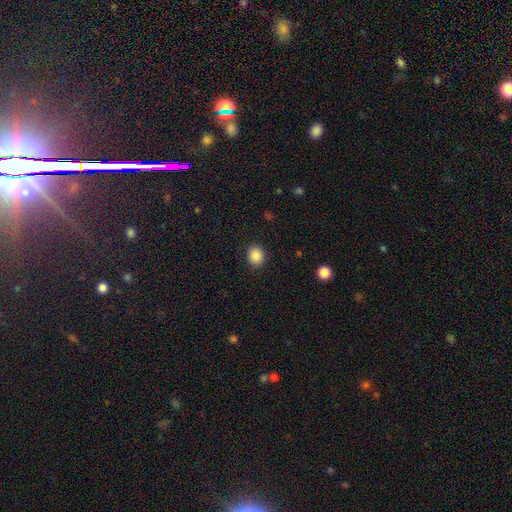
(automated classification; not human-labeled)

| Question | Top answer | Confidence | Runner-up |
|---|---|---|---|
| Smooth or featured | smooth | 87% | star or artifact (9%) |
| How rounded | round | 72% | in between (27%) |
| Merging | none | 90% | minor disturbance (7%) |